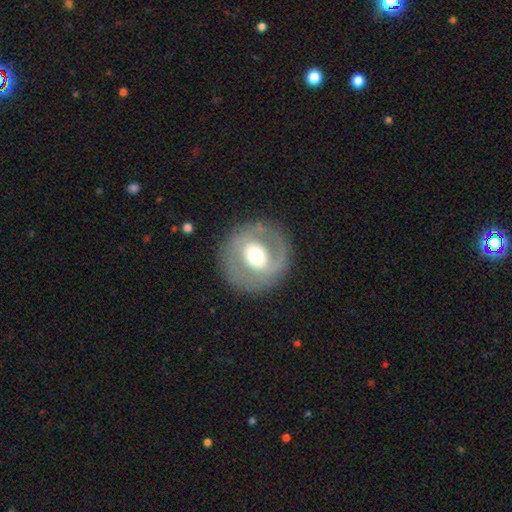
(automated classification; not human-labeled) A featured or disk galaxy (56%) with no bar (53%), no spiral arms (68%) and a moderate central bulge (57%). Merging: none (83%).